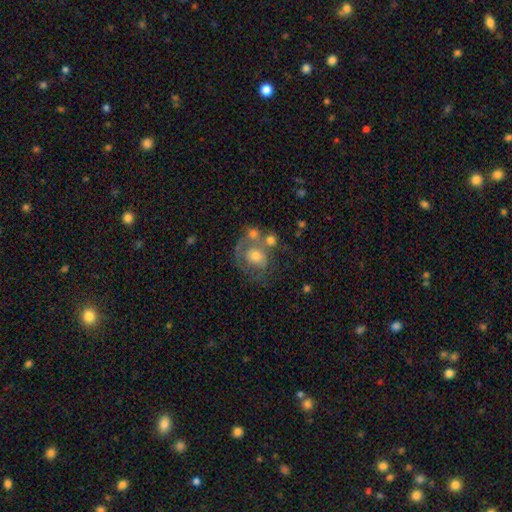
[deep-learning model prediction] Morphology: type=featured or disk (55%); edge-on=no (97%); bar=no (78%); spiral arms=yes (51%); bulge=moderate (59%); merging=none (38%).